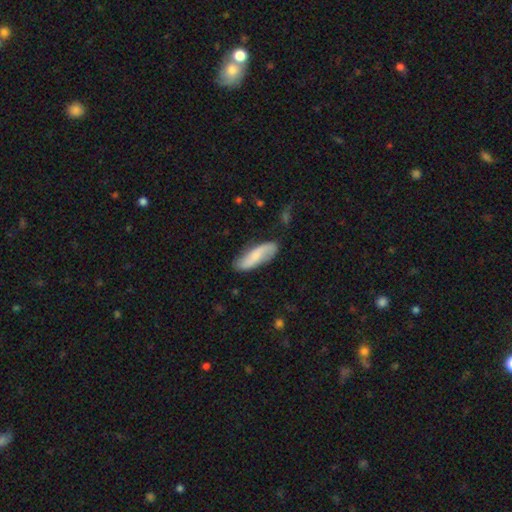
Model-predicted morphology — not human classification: Smooth or featured: smooth — 54% (featured or disk — 40%)
How rounded: in between — 55% (cigar-shaped — 43%)
Merging: none — 78% (minor disturbance — 17%)